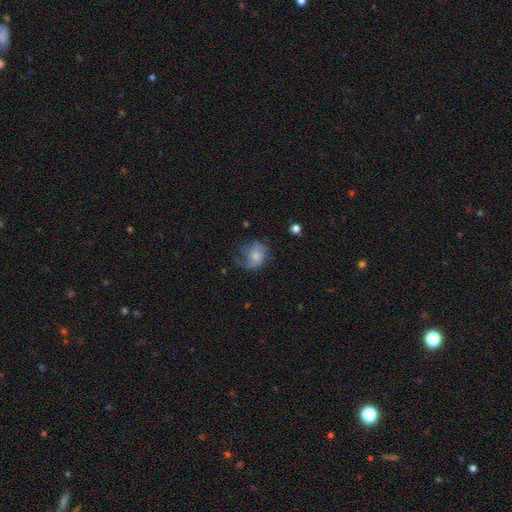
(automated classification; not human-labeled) A featured or disk galaxy (46%). Merging: none (41%).